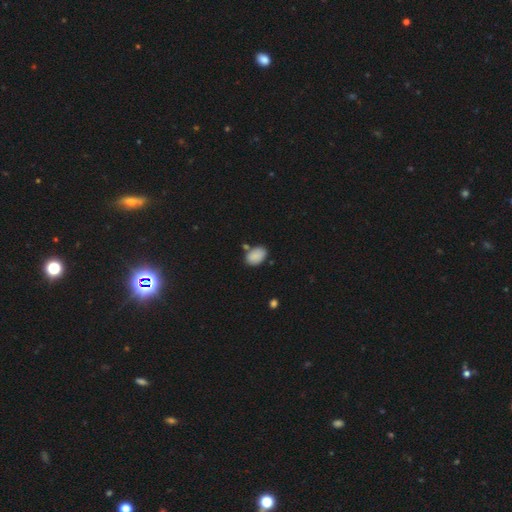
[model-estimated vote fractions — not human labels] Smooth or featured: smooth — 88% (star or artifact — 8%)
How rounded: in between — 88% (round — 11%)
Merging: none — 73% (minor disturbance — 15%)